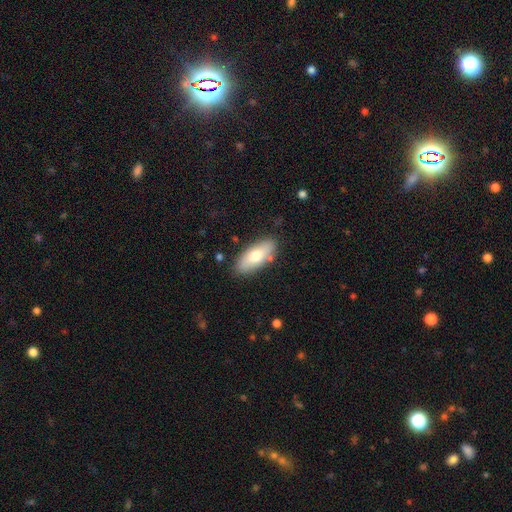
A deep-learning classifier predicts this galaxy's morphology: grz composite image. It shows a smooth galaxy with no disk features (69%) that is in between round and cigar-shaped (82%). Merging: none (84%).